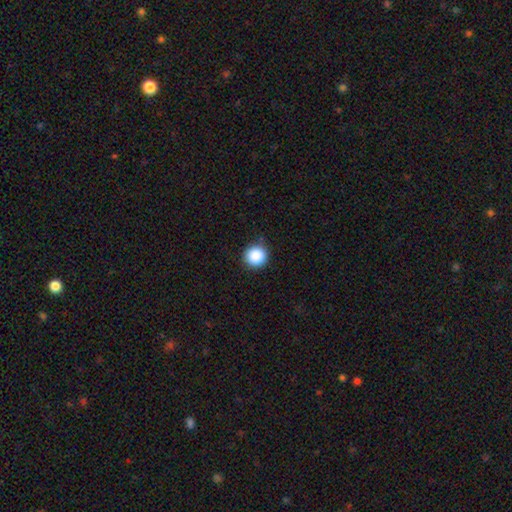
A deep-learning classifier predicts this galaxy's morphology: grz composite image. It shows a smooth galaxy with no disk features (88%) that is round (94%). Merging: none (90%).